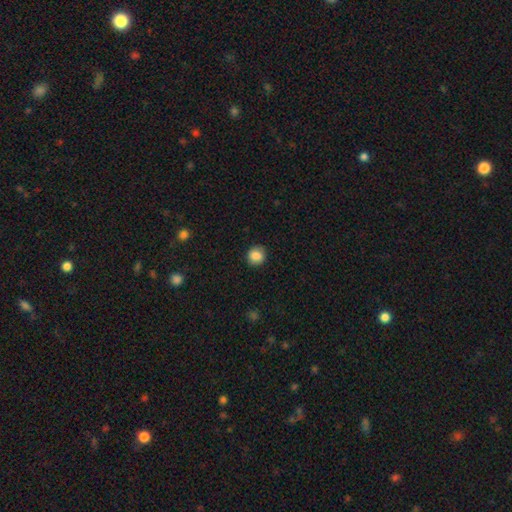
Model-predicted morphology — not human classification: Smooth or featured? smooth (86%)
How rounded? round (88%)
Merging? none (89%)